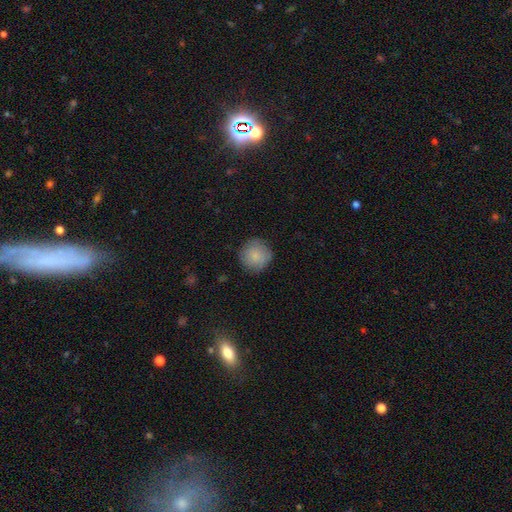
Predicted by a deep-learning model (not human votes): Smooth or featured?
  - smooth: 82% *
  - featured or disk: 11%
  - star or artifact: 7%
How rounded?
  - round: 94% *
  - in between: 6%
  - cigar-shaped: 1%
Merging?
  - none: 81% *
  - minor disturbance: 15%
  - major disturbance: 3%
  - merger: 1%